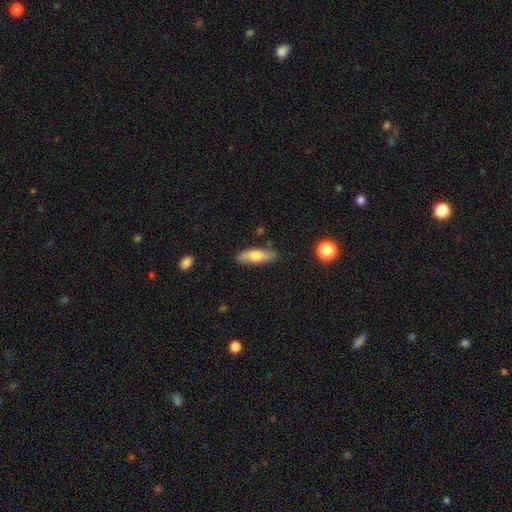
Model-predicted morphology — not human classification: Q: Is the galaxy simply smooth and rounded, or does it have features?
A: smooth — 61%.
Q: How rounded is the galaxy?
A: cigar-shaped — 52%.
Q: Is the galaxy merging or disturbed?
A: none — 83%.